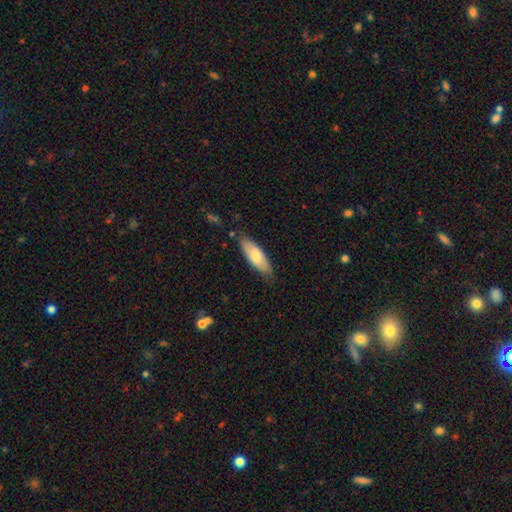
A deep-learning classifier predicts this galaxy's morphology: This is likely a smooth galaxy (77%). How rounded: likely in between (63%). Merging: likely none (78%).